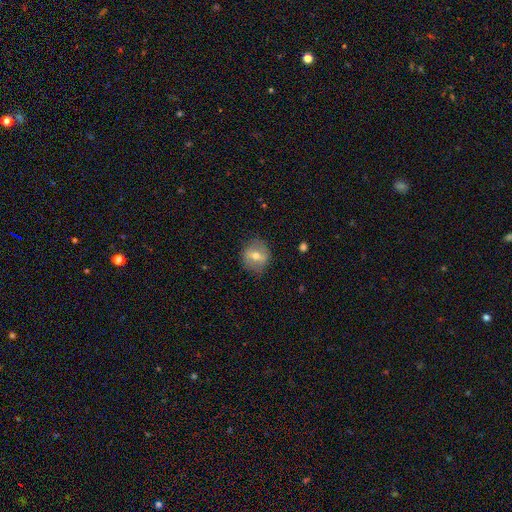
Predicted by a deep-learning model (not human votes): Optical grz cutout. It shows a smooth galaxy with no disk features (49%). Merging: none (82%).